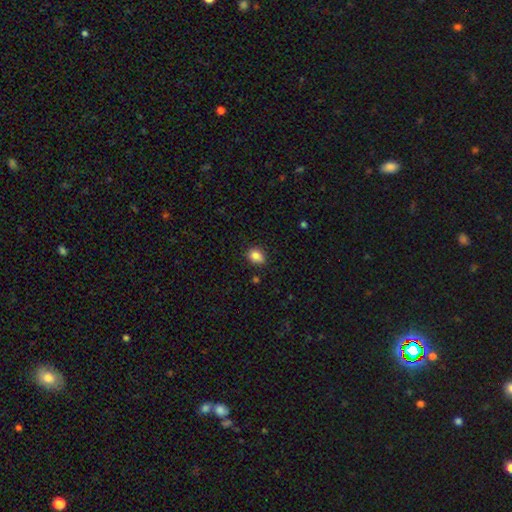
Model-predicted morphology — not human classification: Smooth or featured? Predicted: smooth (p=0.86). How rounded? Predicted: in between (p=0.54). Merging? Predicted: none (p=0.81).